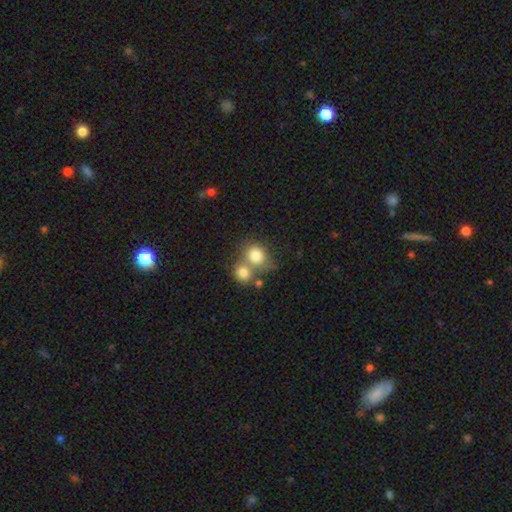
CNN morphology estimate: smooth 79%, featured or disk 11%, star or artifact 10%. Down the decision tree: how rounded — round (73%); merging — merger (55%).